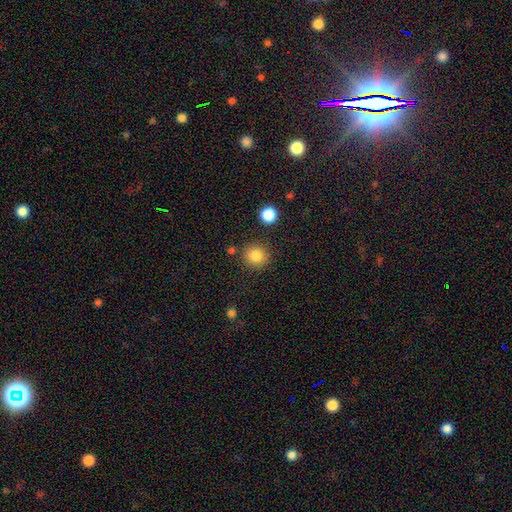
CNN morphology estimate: Q: Smooth or featured?
A: smooth (85%); runner-up: star or artifact (10%)
Q: How rounded?
A: round (92%); runner-up: in between (7%)
Q: Merging?
A: none (86%); runner-up: minor disturbance (7%)